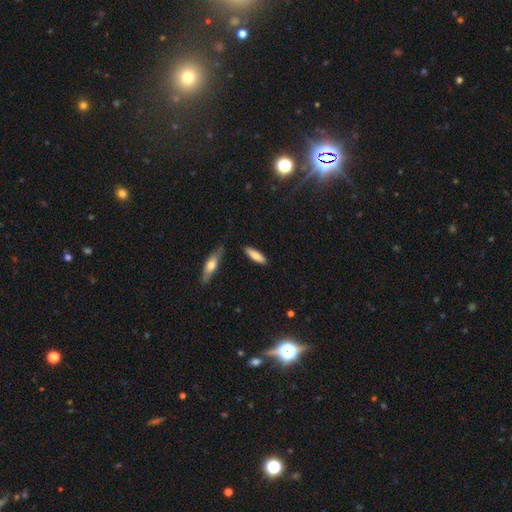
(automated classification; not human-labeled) Smooth or featured?
  - smooth: 79% *
  - featured or disk: 15%
  - star or artifact: 6%
How rounded?
  - cigar-shaped: 62% *
  - in between: 36%
  - round: 2%
Merging?
  - none: 85% *
  - minor disturbance: 11%
  - merger: 3%
  - major disturbance: 2%